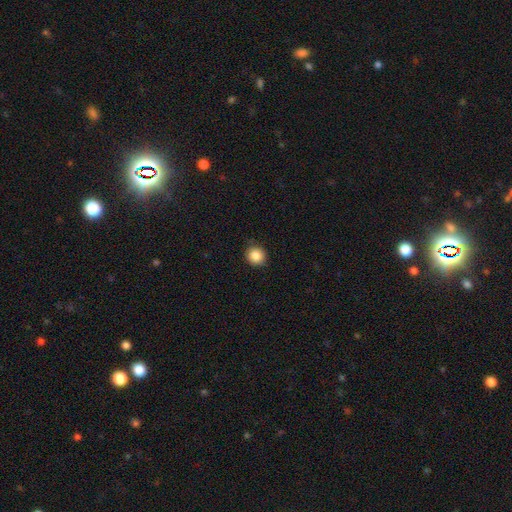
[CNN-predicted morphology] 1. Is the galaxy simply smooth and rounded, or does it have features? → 86% smooth, 10% star or artifact, 5% featured or disk.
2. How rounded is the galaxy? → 90% round, 10% in between, 1% cigar-shaped.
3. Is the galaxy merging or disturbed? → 87% none, 10% minor disturbance, 2% major disturbance, 1% merger.